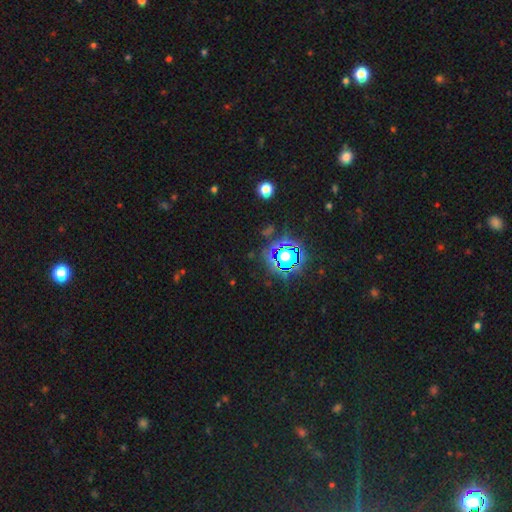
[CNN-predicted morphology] Smooth or featured?
  - star or artifact: 77% *
  - smooth: 15%
  - featured or disk: 8%